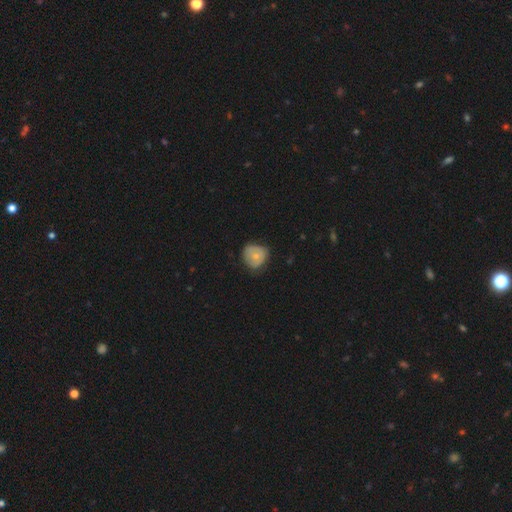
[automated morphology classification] smooth 66%, featured or disk 26%, star or artifact 8%. Down the decision tree: how rounded — round (80%); merging — none (58%).